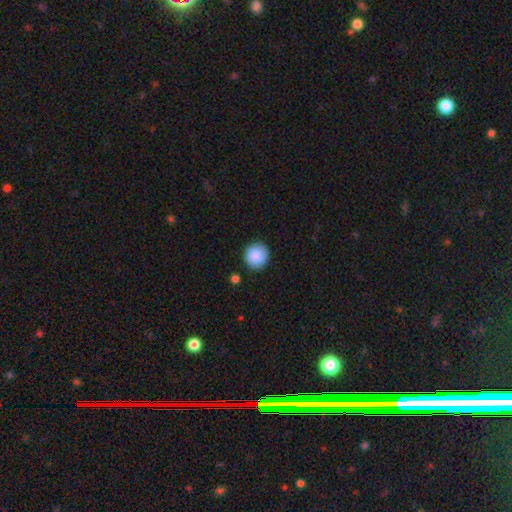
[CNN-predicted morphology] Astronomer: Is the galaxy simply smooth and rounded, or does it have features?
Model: smooth — 89%.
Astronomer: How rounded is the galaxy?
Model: round — 90%.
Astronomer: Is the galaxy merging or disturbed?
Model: none — 87%.